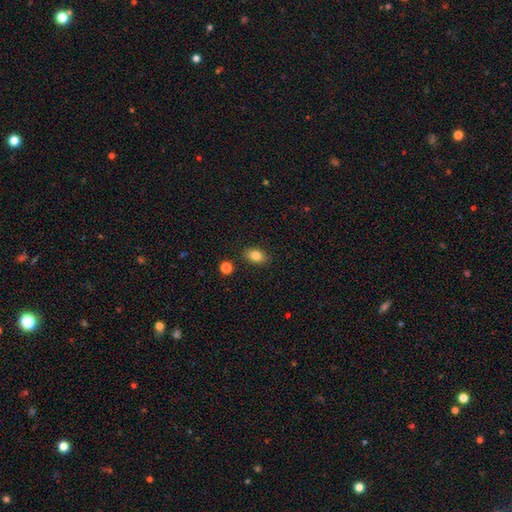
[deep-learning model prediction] smooth_or_featured: smooth (p=0.83) [alt: star or artifact p=0.09]
how_rounded: in between (p=0.83) [alt: round p=0.15]
merging: none (p=0.86) [alt: minor disturbance p=0.09]